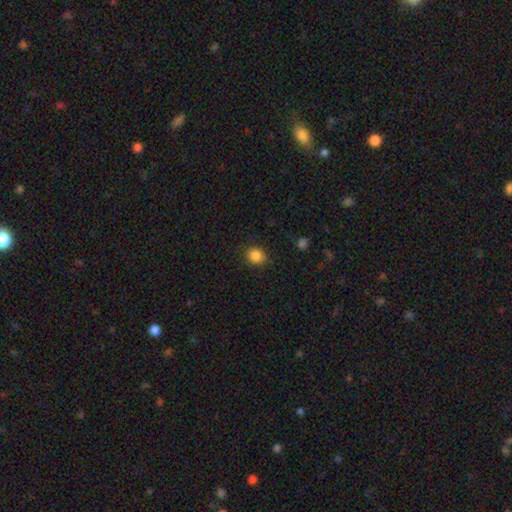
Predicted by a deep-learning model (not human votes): This is clearly a smooth galaxy (86%). How rounded: likely round (67%). Merging: clearly none (88%).